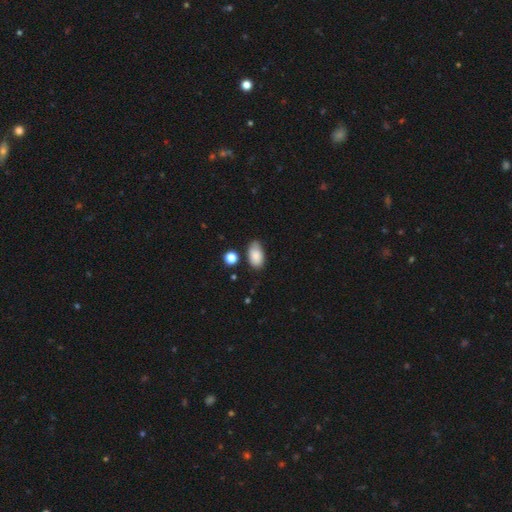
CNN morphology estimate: This appears to be a smooth galaxy with no disk features (84%) that is in between round and cigar-shaped (92%). Merging: none (63%).